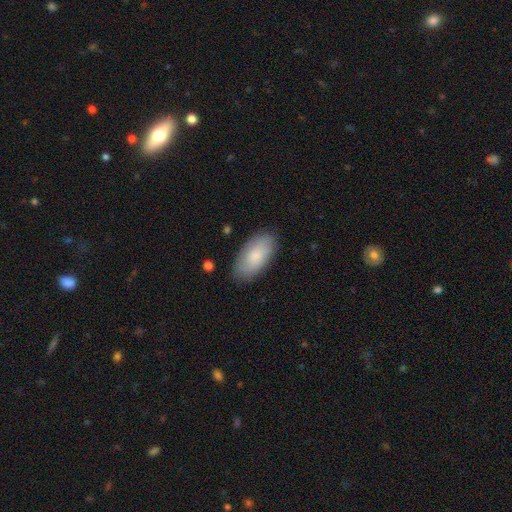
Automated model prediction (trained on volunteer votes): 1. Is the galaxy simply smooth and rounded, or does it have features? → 80% smooth, 14% featured or disk, 6% star or artifact.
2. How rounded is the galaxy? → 94% in between, 4% cigar-shaped, 2% round.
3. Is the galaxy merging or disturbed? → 84% none, 13% minor disturbance, 3% major disturbance, 1% merger.